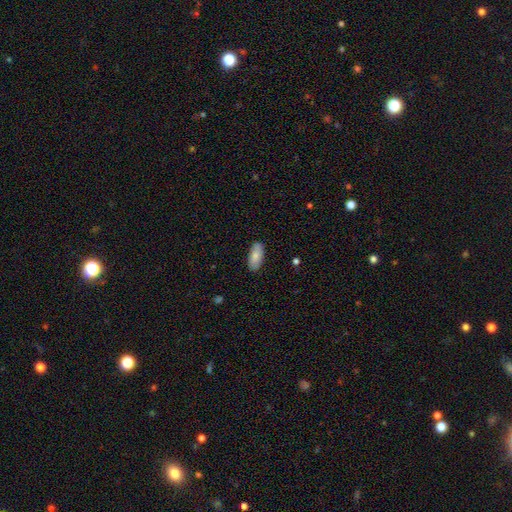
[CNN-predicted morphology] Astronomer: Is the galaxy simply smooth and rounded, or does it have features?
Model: smooth — 81%.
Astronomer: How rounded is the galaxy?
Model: in between — 89%.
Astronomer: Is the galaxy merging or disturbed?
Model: none — 87%.